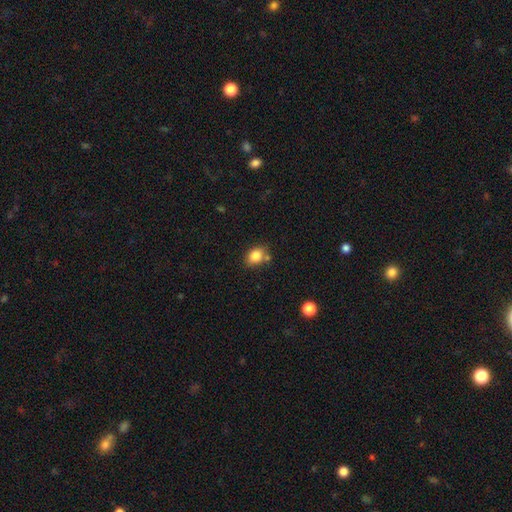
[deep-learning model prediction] smooth_or_featured: smooth (p=0.83) [alt: star or artifact p=0.09]
how_rounded: in between (p=0.67) [alt: round p=0.32]
merging: none (p=0.69) [alt: minor disturbance p=0.16]